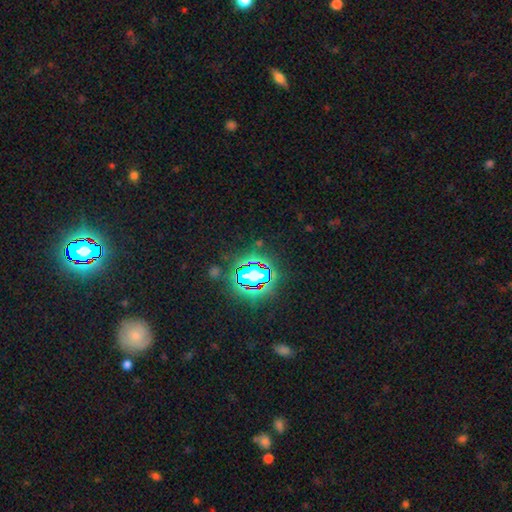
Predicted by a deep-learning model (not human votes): This is clearly a star or artifact rather than a galaxy (82%).